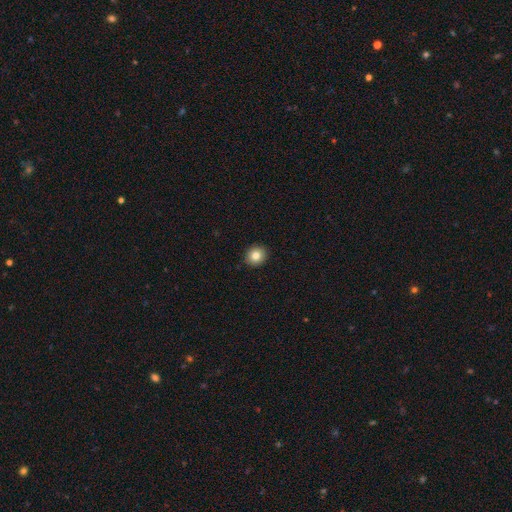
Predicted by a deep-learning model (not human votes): Morphology: type=smooth (82%); roundness=round (84%); merging=none (92%).